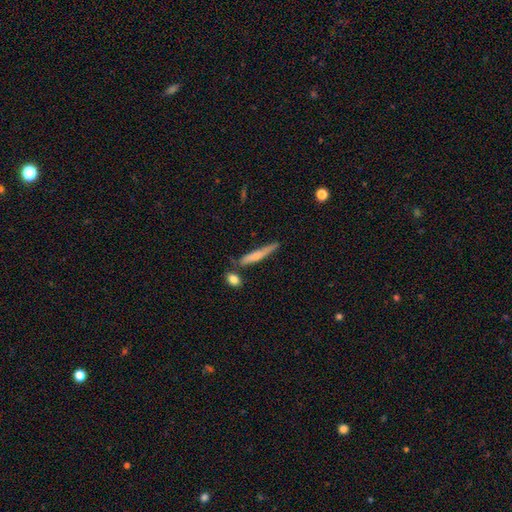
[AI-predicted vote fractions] smooth-or-featured: smooth: 61% | featured or disk: 33% | star or artifact: 6%
  how-rounded: cigar-shaped: 92% | in between: 7% | round: 2%
  merging: none: 67% | minor disturbance: 19% | merger: 9% | major disturbance: 5%